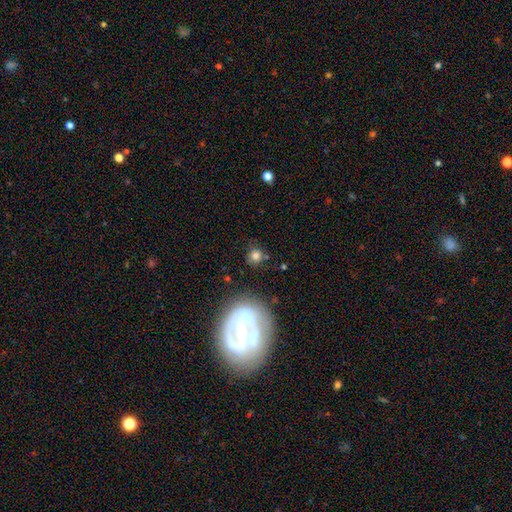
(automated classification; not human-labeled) smooth_or_featured: smooth (p=0.76) [alt: star or artifact p=0.14]
how_rounded: round (p=0.88) [alt: in between p=0.11]
merging: none (p=0.76) [alt: minor disturbance p=0.13]